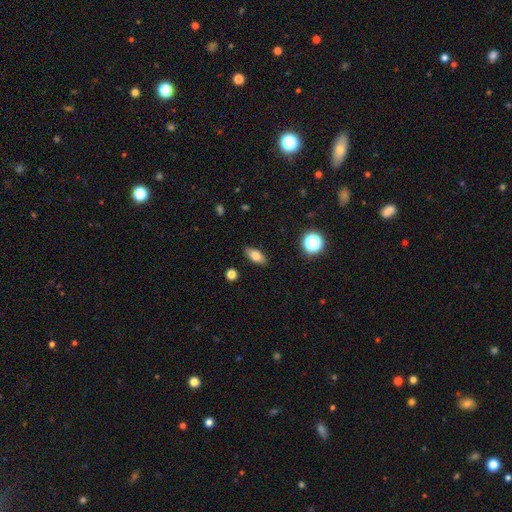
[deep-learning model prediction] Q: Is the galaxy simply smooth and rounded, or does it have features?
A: smooth — 77%.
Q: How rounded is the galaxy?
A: in between — 83%.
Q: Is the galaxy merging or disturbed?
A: none — 88%.